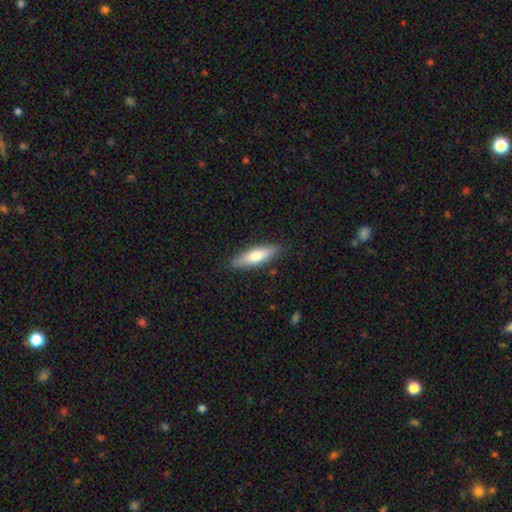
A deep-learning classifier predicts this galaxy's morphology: smooth-or-featured: smooth: 68% | featured or disk: 26% | star or artifact: 6%
  how-rounded: cigar-shaped: 52% | in between: 47% | round: 2%
  merging: none: 85% | minor disturbance: 12% | major disturbance: 2% | merger: 1%